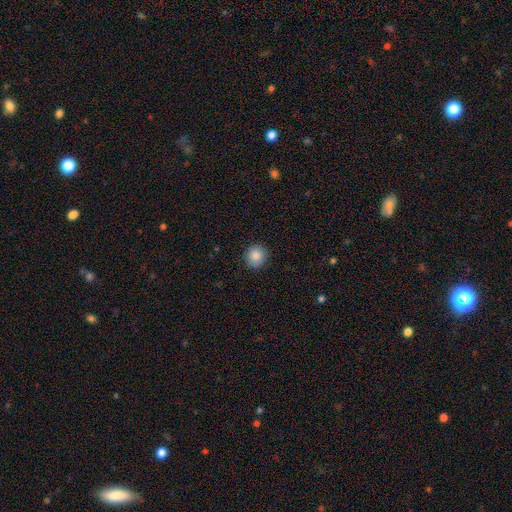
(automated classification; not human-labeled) This is clearly a smooth galaxy (86%). How rounded: clearly round (88%). Merging: clearly none (90%).